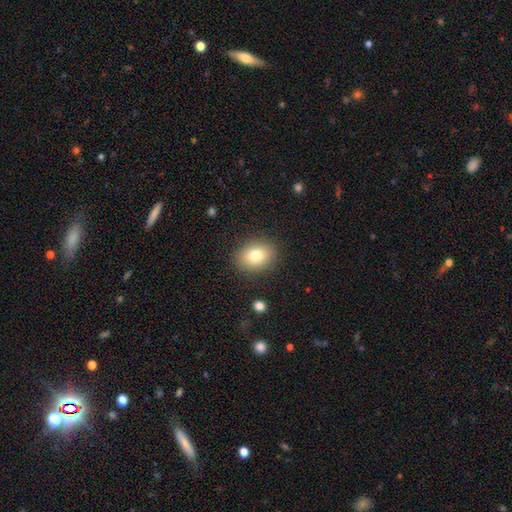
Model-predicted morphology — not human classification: The model was most divided on "how rounded": in between: 58%, round: 42%, cigar-shaped: 1%. More confident: merging — none (87%); smooth or featured — smooth (79%).